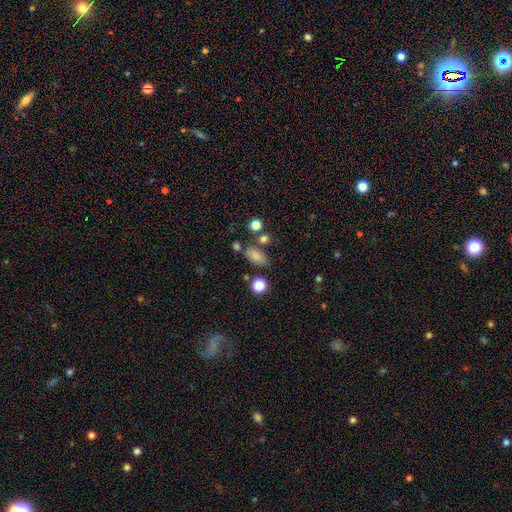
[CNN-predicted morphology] smooth 81%, star or artifact 12%, featured or disk 7%. Down the decision tree: how rounded — in between (87%); merging — none (70%).